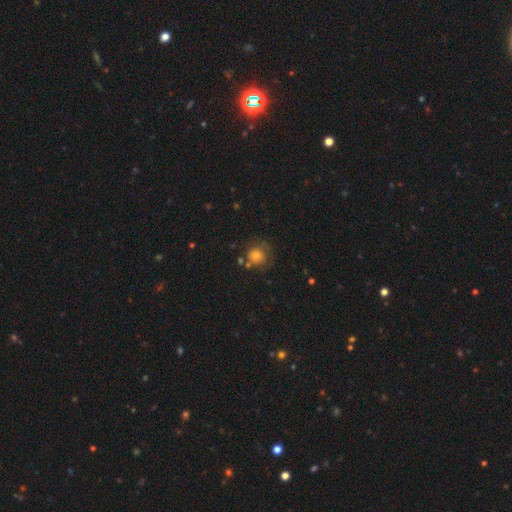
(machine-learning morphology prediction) smooth_or_featured: smooth (p=0.72) [alt: featured or disk p=0.15]
how_rounded: round (p=0.87) [alt: in between p=0.12]
merging: none (p=0.61) [alt: minor disturbance p=0.20]